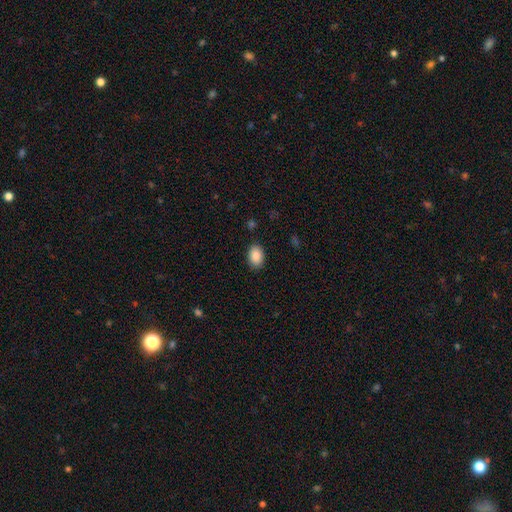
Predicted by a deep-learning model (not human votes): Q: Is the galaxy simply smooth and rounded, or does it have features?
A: smooth — 89%.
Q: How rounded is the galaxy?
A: in between — 87%.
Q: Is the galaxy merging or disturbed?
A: none — 86%.